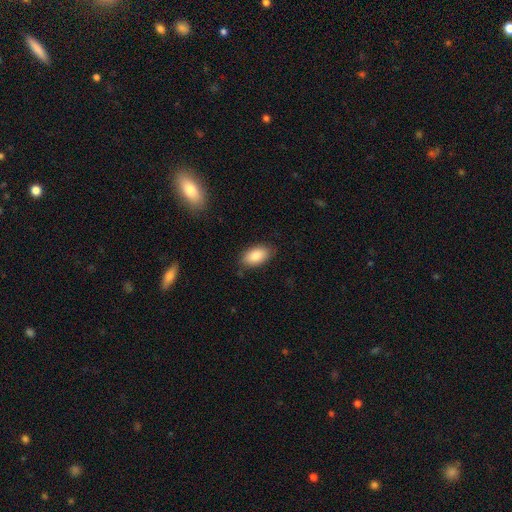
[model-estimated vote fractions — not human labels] Smooth or featured? Predicted: smooth (p=0.87). How rounded? Predicted: in between (p=0.94). Merging? Predicted: none (p=0.82).